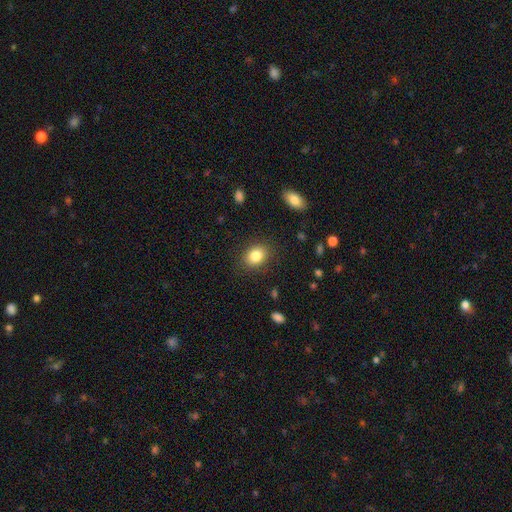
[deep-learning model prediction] A smooth galaxy with no disk features (84%) that is in between round and cigar-shaped (57%).

Vote fractions:
- Smooth or featured? smooth: 84% / star or artifact: 9% / featured or disk: 7%
- How rounded? in between: 57% / round: 42% / cigar-shaped: 1%
- Merging? none: 86% / minor disturbance: 9% / major disturbance: 3% / merger: 1%